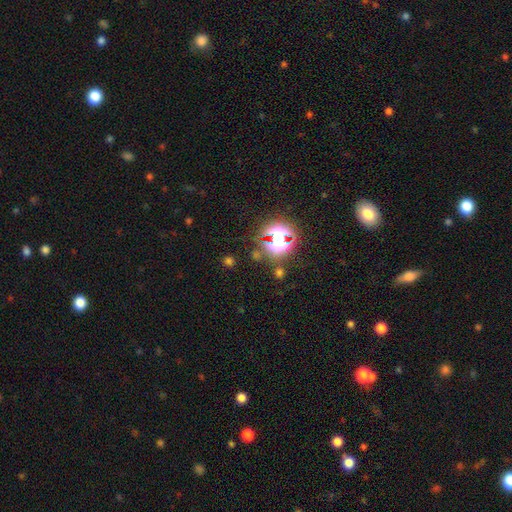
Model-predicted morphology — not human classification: Smooth or featured? star or artifact (77%)